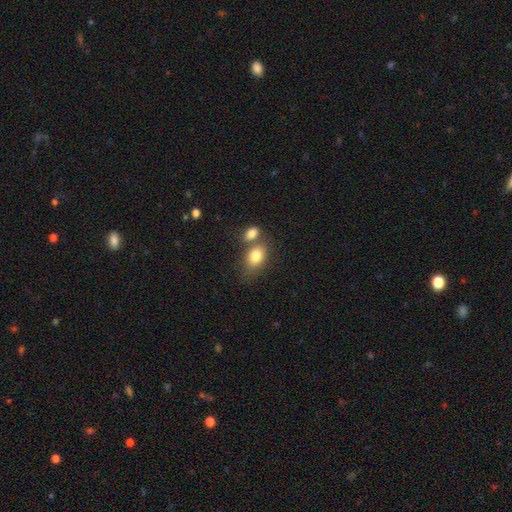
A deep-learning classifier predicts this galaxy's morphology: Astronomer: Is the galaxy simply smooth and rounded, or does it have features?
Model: smooth — 81%.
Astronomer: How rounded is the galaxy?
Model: in between — 80%.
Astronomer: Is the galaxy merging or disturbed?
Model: none — 42% (runner-up: merger, 40%).